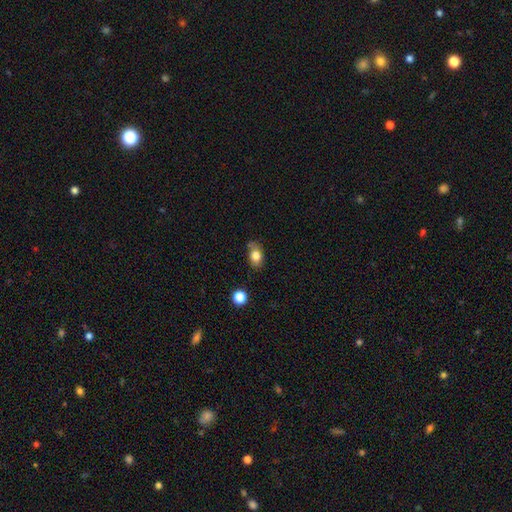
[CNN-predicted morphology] Overall: smooth (79%). How rounded: in between (77%). Merging: none (66%).